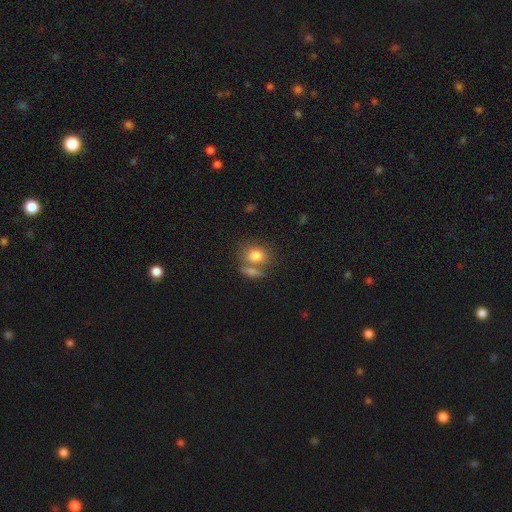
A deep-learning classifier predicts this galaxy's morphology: Q: Smooth or featured?
A: smooth (80%); runner-up: featured or disk (12%)
Q: How rounded?
A: round (53%); runner-up: in between (45%)
Q: Merging?
A: none (49%); runner-up: merger (34%)